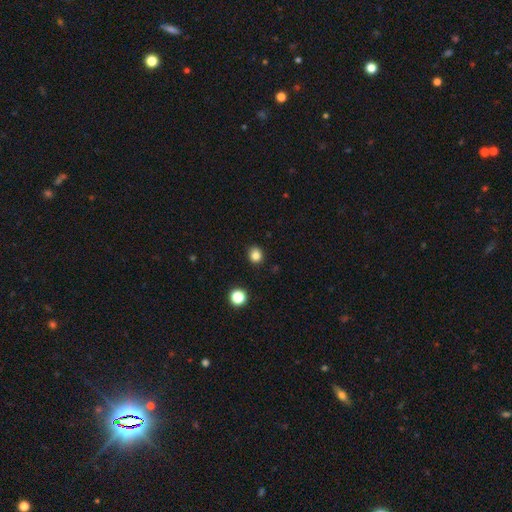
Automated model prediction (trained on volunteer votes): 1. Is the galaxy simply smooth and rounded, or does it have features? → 83% smooth, 12% star or artifact, 4% featured or disk.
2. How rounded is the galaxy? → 76% round, 23% in between, 1% cigar-shaped.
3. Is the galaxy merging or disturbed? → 89% none, 7% minor disturbance, 2% major disturbance, 1% merger.